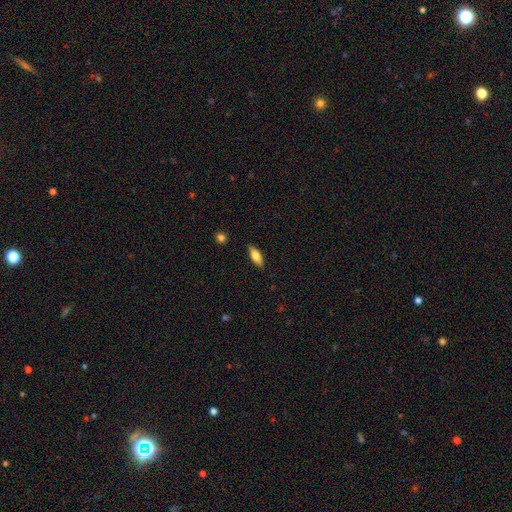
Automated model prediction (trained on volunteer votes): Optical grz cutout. It shows a smooth galaxy with no disk features (72%) that is in between round and cigar-shaped (69%). Merging: none (88%).